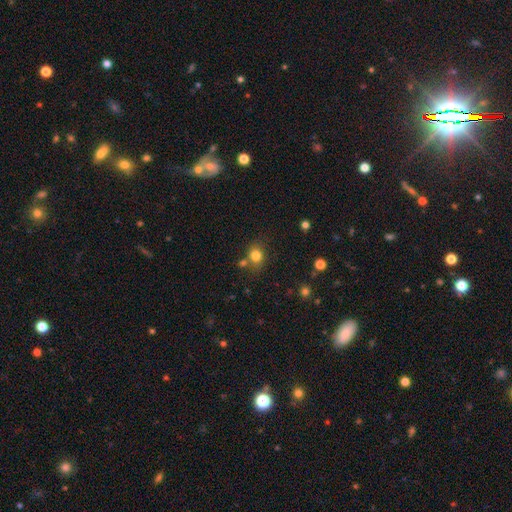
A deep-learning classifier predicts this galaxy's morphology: A smooth galaxy with no disk features (80%) that is round (69%). Merging: none (68%).